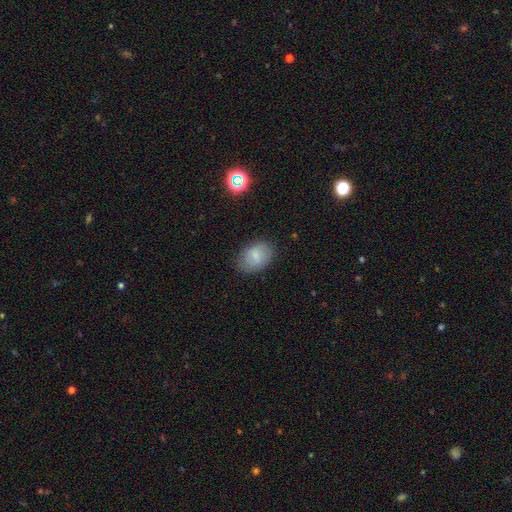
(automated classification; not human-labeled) Q: Smooth or featured?
A: smooth (77%); runner-up: featured or disk (14%)
Q: How rounded?
A: in between (83%); runner-up: round (16%)
Q: Merging?
A: none (80%); runner-up: minor disturbance (15%)